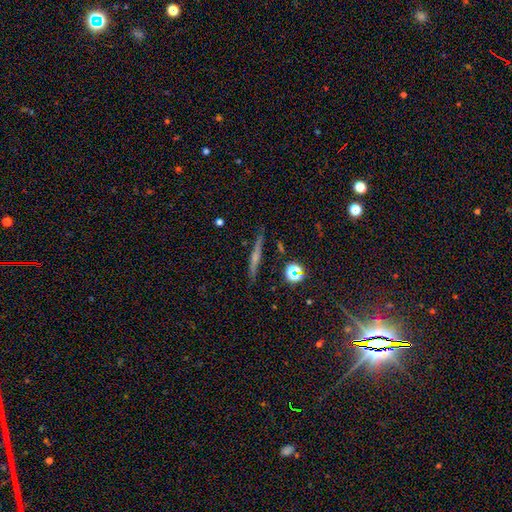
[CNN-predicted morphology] type=featured or disk (57%); edge-on=yes (96%); edge-on bulge=rounded (52%); merging=none (88%).